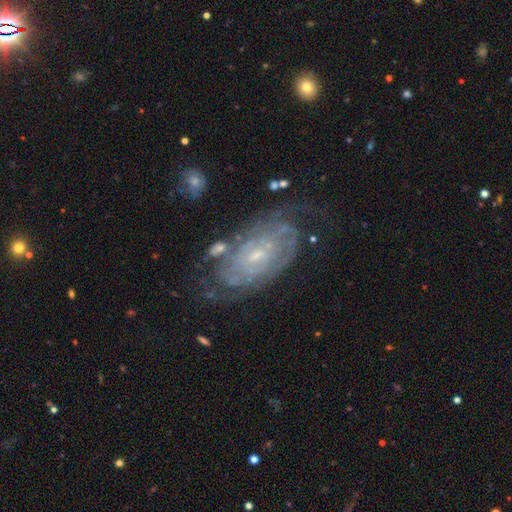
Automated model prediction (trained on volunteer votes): The model was most divided on "bar": no: 53%, weak: 37%, strong: 9%. Remaining: edge-on disk — no (95%); spiral arms — yes (94%); smooth or featured — featured or disk (84%); spiral winding — tight (75%); bulge size — small (73%); merging — none (65%); spiral arm count — can't tell (45%).